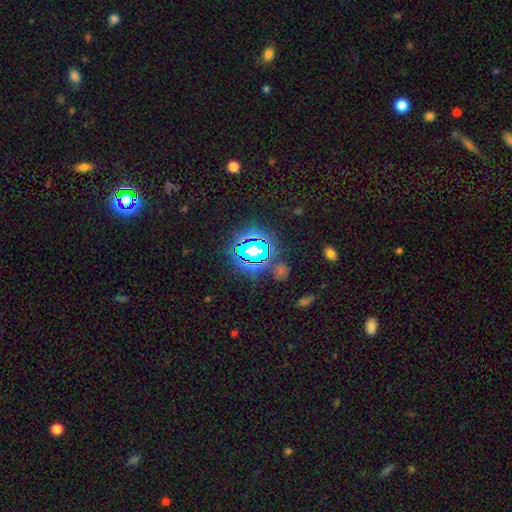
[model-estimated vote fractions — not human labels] smooth-or-featured: star or artifact: 80% | smooth: 13% | featured or disk: 8%